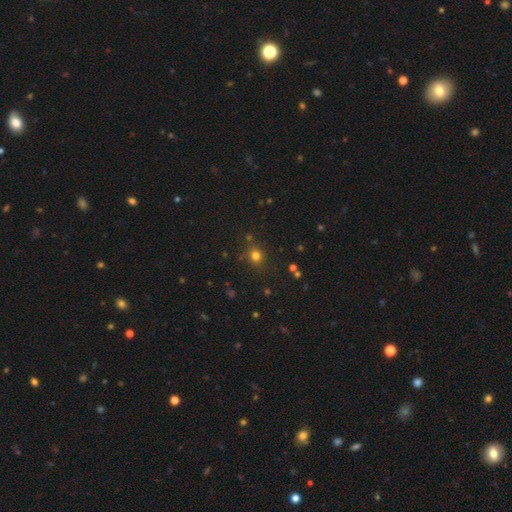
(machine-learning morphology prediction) A smooth galaxy with no disk features (74%) that is round (79%). Merging: none (82%).